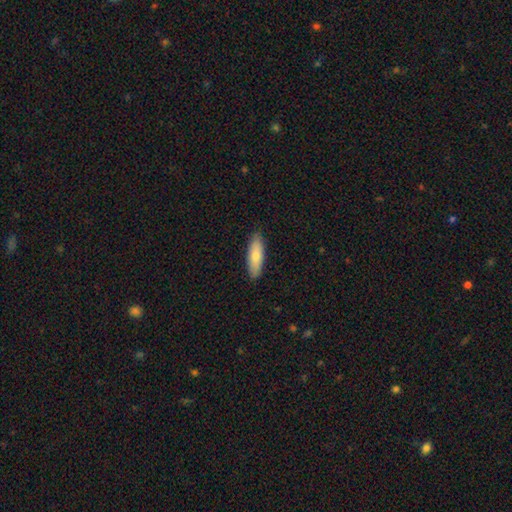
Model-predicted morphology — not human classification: Smooth or featured? Predicted: smooth (p=0.76). How rounded? Predicted: in between (p=0.52). Merging? Predicted: none (p=0.87).